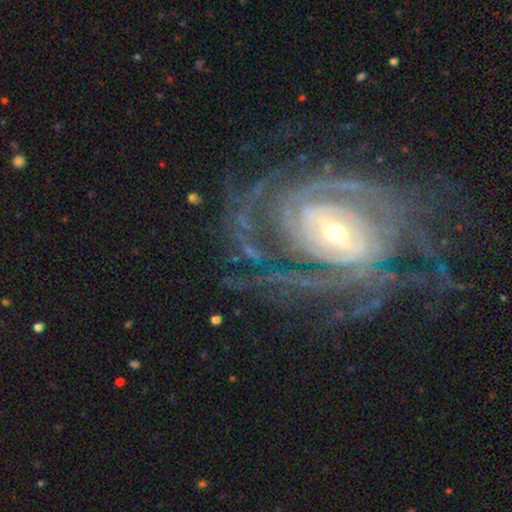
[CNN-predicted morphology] Smooth or featured? Predicted: featured or disk (p=0.90). Edge-on disk? Predicted: no (p=0.96). Bar? Predicted: strong (p=0.39). Spiral arms? Predicted: yes (p=0.97). Spiral winding? Predicted: tight (p=0.69). Spiral arm count? Predicted: can't tell (p=0.24). Bulge size? Predicted: small (p=0.57). Merging? Predicted: none (p=0.67).